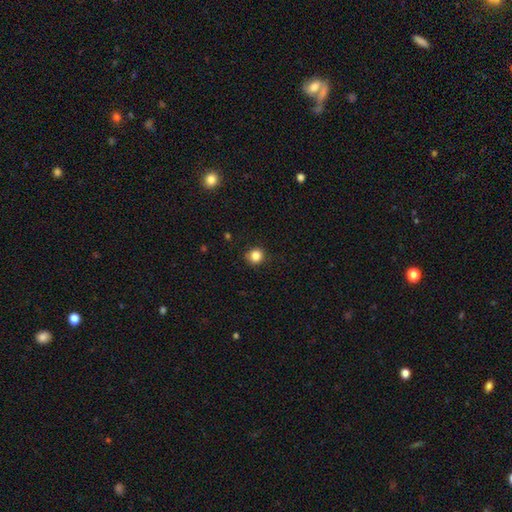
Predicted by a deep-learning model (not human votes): Morphology: type=smooth (85%); roundness=round (87%); merging=none (86%).